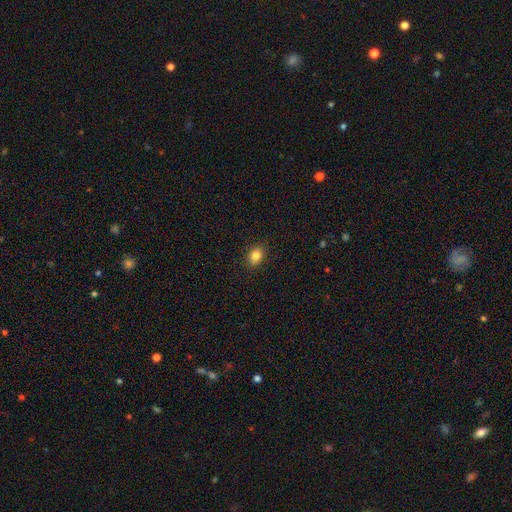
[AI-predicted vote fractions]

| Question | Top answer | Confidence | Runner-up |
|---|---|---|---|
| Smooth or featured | smooth | 83% | star or artifact (10%) |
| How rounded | in between | 64% | round (35%) |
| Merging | none | 86% | minor disturbance (10%) |